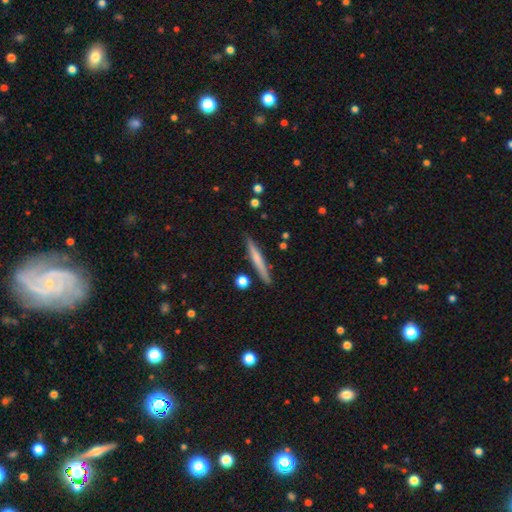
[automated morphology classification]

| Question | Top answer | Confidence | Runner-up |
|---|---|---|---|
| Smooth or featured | smooth | 54% | featured or disk (40%) |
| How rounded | cigar-shaped | 96% | in between (3%) |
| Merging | none | 89% | minor disturbance (8%) |